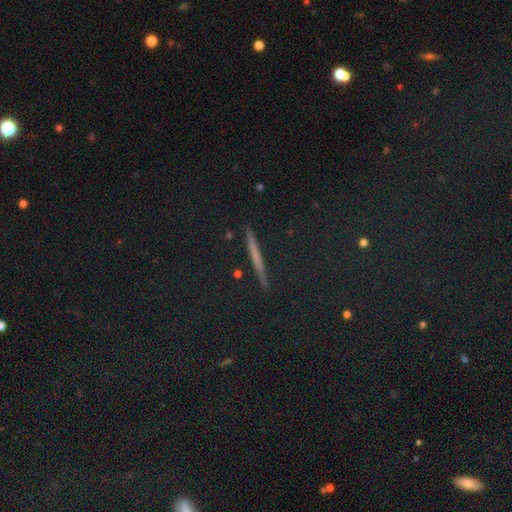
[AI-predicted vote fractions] smooth-or-featured: star or artifact: 38% | smooth: 33% | featured or disk: 29%